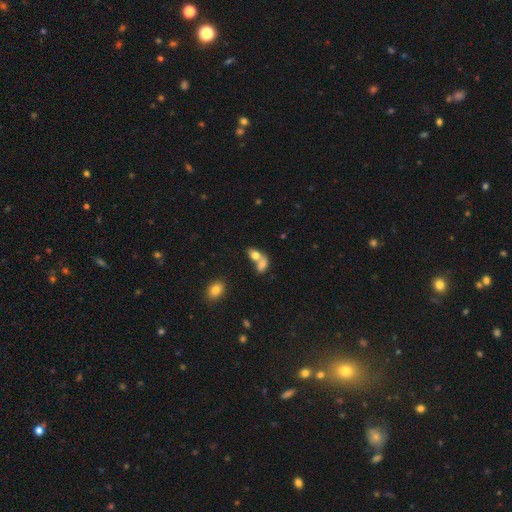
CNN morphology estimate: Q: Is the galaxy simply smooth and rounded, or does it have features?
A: smooth — 74%.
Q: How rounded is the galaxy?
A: in between — 78%.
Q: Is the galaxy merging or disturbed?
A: merger — 68%.